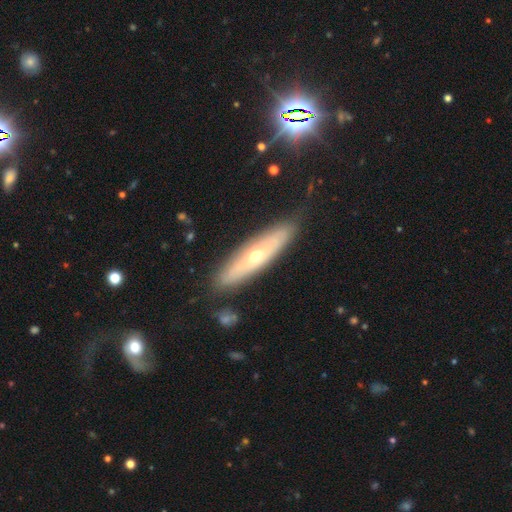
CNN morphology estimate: featured or disk 55%, smooth 38%, star or artifact 8%. Down the decision tree: edge-on disk — yes (59%); merging — none (84%).